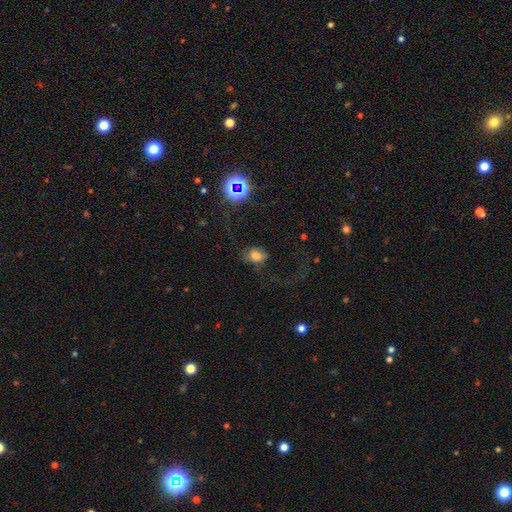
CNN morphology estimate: Smooth or featured? smooth (65%)
How rounded? in between (71%)
Merging? none (43%)